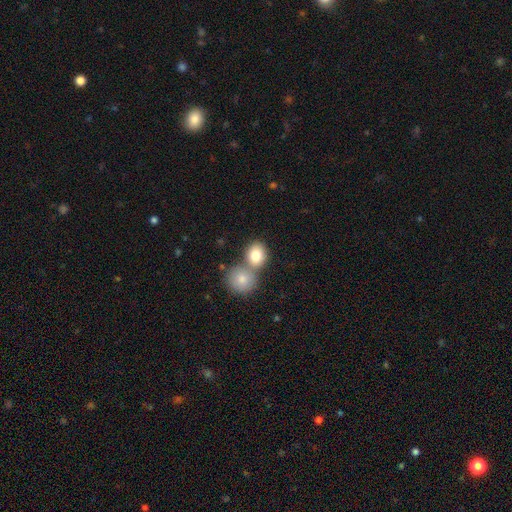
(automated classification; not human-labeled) Smooth or featured? smooth (83%)
How rounded? round (64%)
Merging? merger (48%)